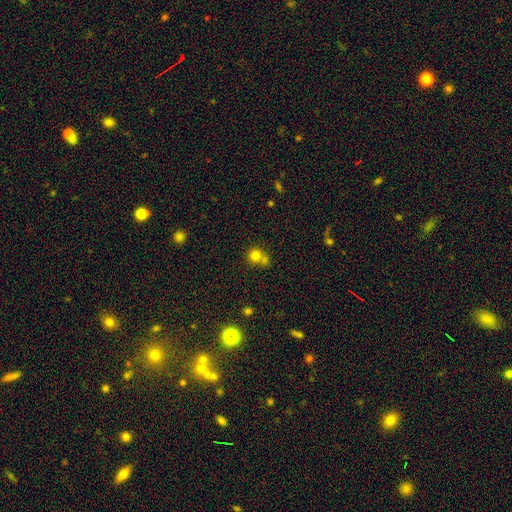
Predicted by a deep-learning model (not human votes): This appears to be a smooth galaxy with no disk features (77%) that is round (88%). Merging: none (50%).